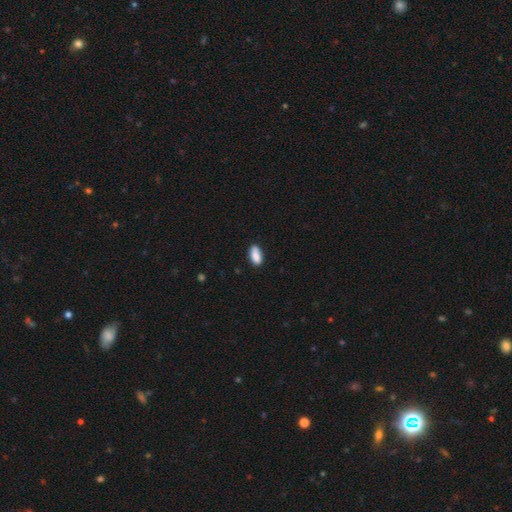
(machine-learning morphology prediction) type=smooth (88%); roundness=in between (86%); merging=none (82%).